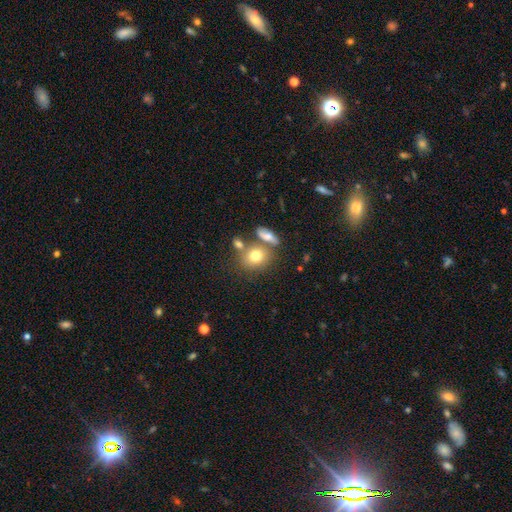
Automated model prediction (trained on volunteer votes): Smooth or featured: smooth — 75% (featured or disk — 15%)
How rounded: round — 58% (in between — 40%)
Merging: none — 54% (merger — 28%)